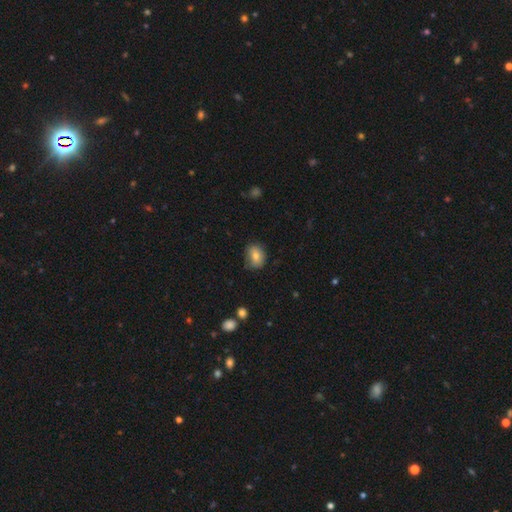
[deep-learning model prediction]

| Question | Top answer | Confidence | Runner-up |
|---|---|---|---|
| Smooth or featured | smooth | 76% | featured or disk (15%) |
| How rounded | in between | 52% | round (47%) |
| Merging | none | 72% | minor disturbance (22%) |